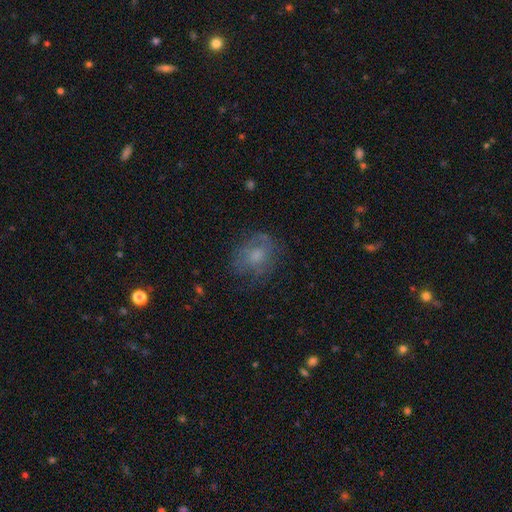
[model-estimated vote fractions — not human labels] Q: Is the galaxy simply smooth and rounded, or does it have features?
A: smooth — 54%.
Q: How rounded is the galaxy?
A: round — 50%.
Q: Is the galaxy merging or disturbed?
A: none — 58%.